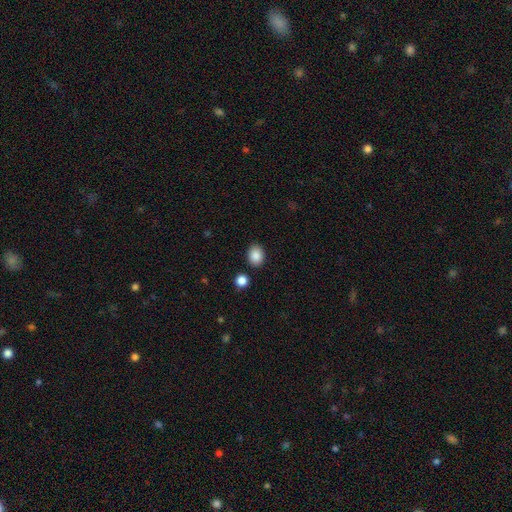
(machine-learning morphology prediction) The model was most divided on "how rounded": in between: 54%, round: 45%, cigar-shaped: 1%. More confident: smooth or featured — smooth (87%); merging — none (85%).